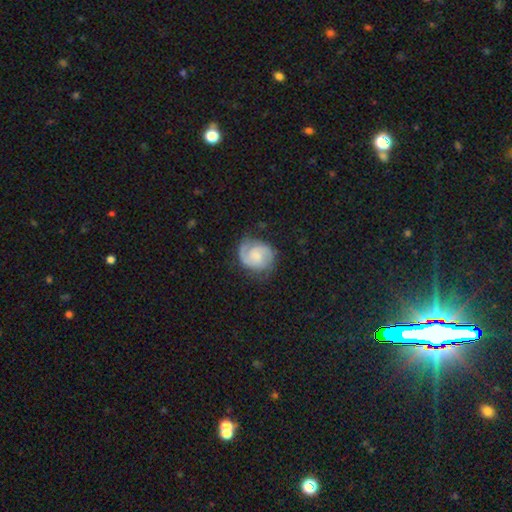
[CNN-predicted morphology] Smooth or featured? Predicted: featured or disk (p=0.81). Edge-on disk? Predicted: no (p=0.98). Bar? Predicted: no (p=0.56). Spiral arms? Predicted: yes (p=0.97). Spiral winding? Predicted: tight (p=0.45). Spiral arm count? Predicted: 2 (p=0.87). Bulge size? Predicted: small (p=0.40). Merging? Predicted: none (p=0.74).